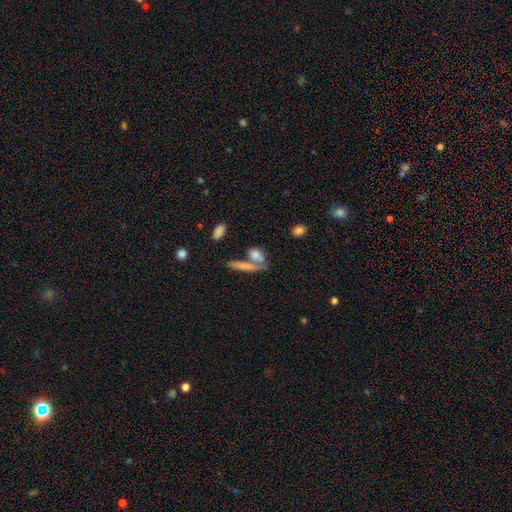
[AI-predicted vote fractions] Smooth or featured: smooth — 72% (featured or disk — 19%)
How rounded: in between — 55% (cigar-shaped — 33%)
Merging: none — 43% (merger — 39%)